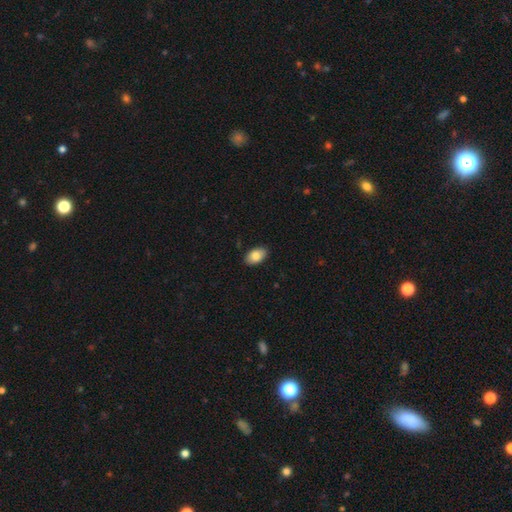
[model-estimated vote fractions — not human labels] Smooth or featured? Predicted: smooth (p=0.84). How rounded? Predicted: in between (p=0.94). Merging? Predicted: none (p=0.89).